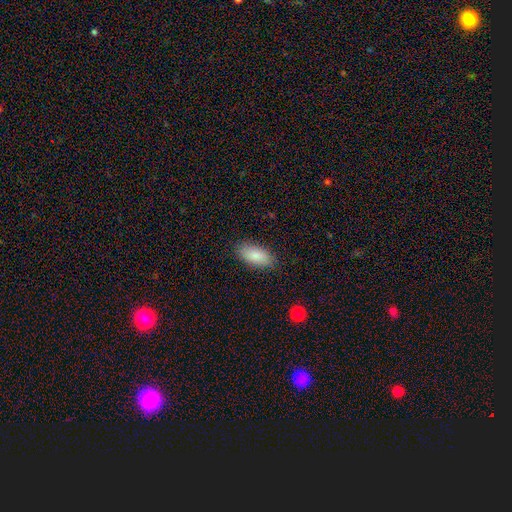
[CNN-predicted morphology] smooth-or-featured: smooth: 85% | featured or disk: 9% | star or artifact: 7%
  how-rounded: in between: 88% | cigar-shaped: 10% | round: 2%
  merging: none: 86% | minor disturbance: 11% | major disturbance: 3% | merger: 1%